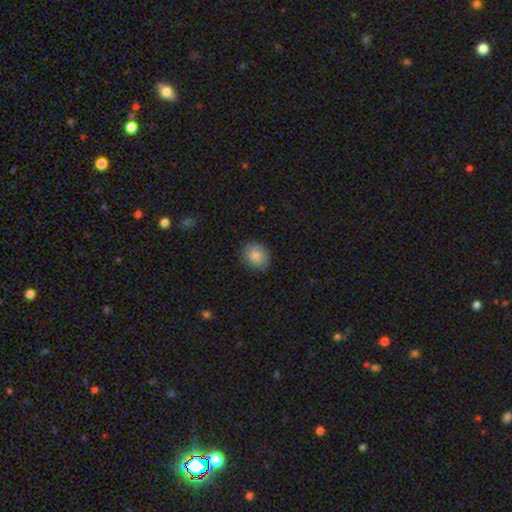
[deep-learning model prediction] This is clearly a smooth galaxy (84%). How rounded: possibly round (53%). Merging: clearly none (85%).